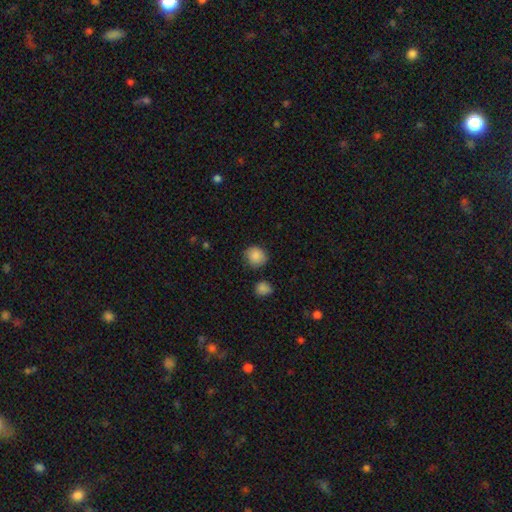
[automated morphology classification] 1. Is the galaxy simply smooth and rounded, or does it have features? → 87% smooth, 8% star or artifact, 4% featured or disk.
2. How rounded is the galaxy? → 82% round, 18% in between, 1% cigar-shaped.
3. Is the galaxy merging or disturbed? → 80% none, 13% minor disturbance, 3% merger, 3% major disturbance.